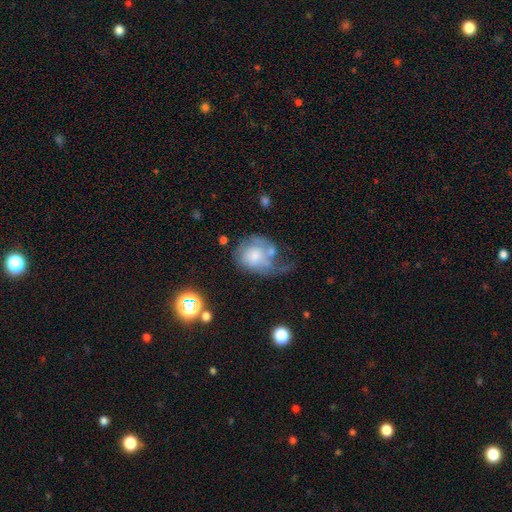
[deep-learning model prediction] Q: Smooth or featured?
A: featured or disk (47%); runner-up: smooth (45%)
Q: Merging?
A: major disturbance (43%); runner-up: minor disturbance (24%)